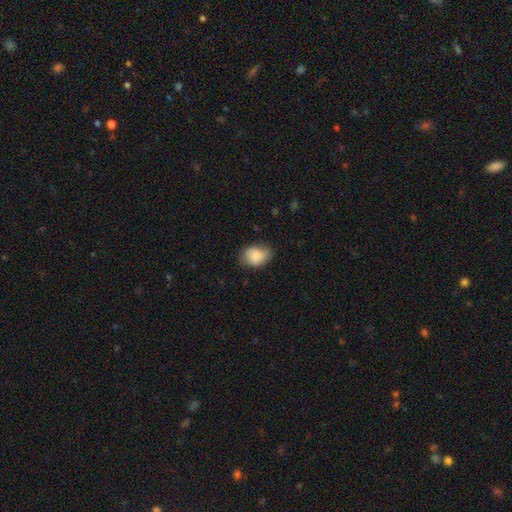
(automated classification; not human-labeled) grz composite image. It shows a smooth galaxy with no disk features (84%) that is in between round and cigar-shaped (69%). Merging: none (68%).